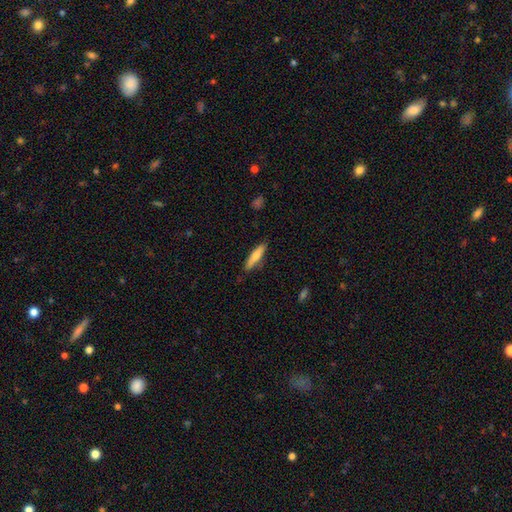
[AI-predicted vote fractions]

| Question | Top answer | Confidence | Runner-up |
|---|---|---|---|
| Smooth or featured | smooth | 68% | featured or disk (27%) |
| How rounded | cigar-shaped | 78% | in between (20%) |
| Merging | none | 84% | minor disturbance (12%) |